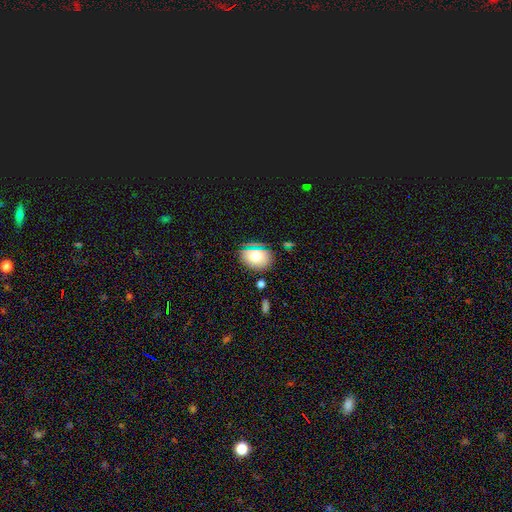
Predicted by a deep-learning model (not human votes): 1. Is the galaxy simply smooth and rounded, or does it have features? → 68% smooth, 18% featured or disk, 14% star or artifact.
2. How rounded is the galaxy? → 52% in between, 47% round, 1% cigar-shaped.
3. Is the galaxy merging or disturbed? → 77% none, 14% minor disturbance, 4% merger, 4% major disturbance.